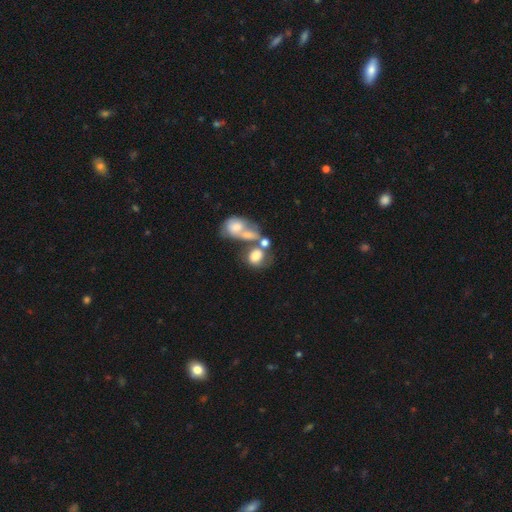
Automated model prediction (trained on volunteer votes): Morphology: type=smooth (68%); roundness=in between (55%); merging=merger (55%).